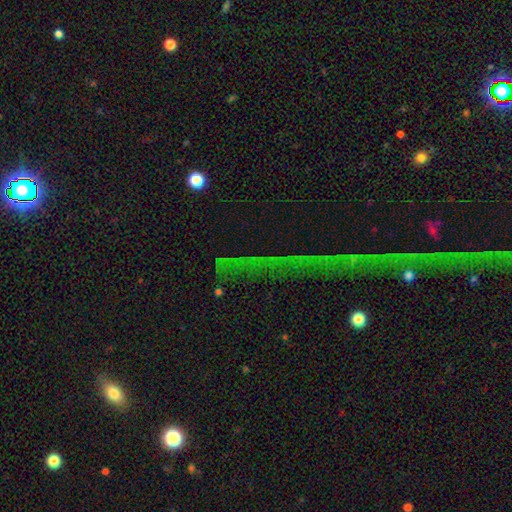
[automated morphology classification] This is likely a star or artifact rather than a galaxy (72%).